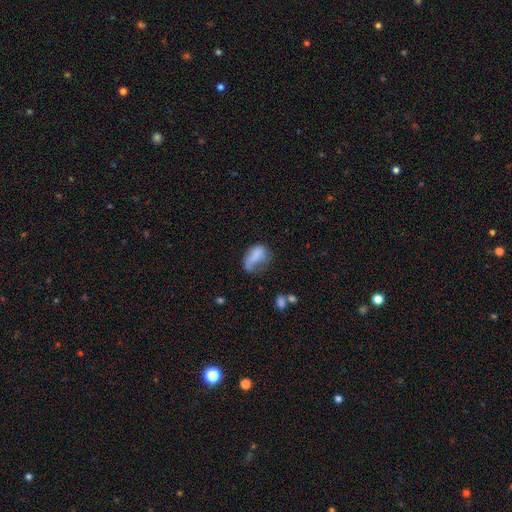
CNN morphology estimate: Smooth or featured: smooth — 70% (featured or disk — 21%)
How rounded: in between — 86% (round — 9%)
Merging: major disturbance — 41% (minor disturbance — 29%)